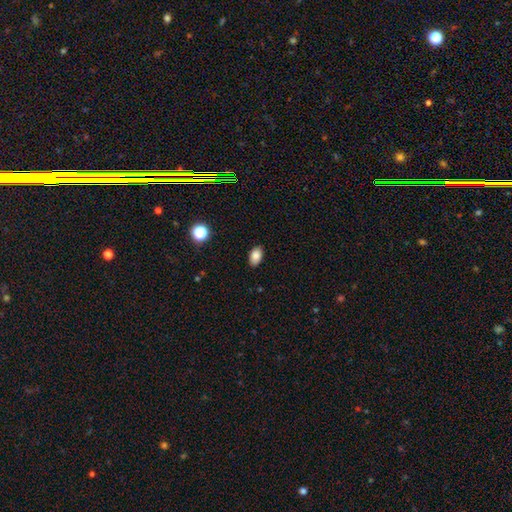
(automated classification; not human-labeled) The model was most divided on "smooth or featured": smooth: 85%, star or artifact: 9%, featured or disk: 6%. More confident: how rounded — in between (90%); merging — none (87%).